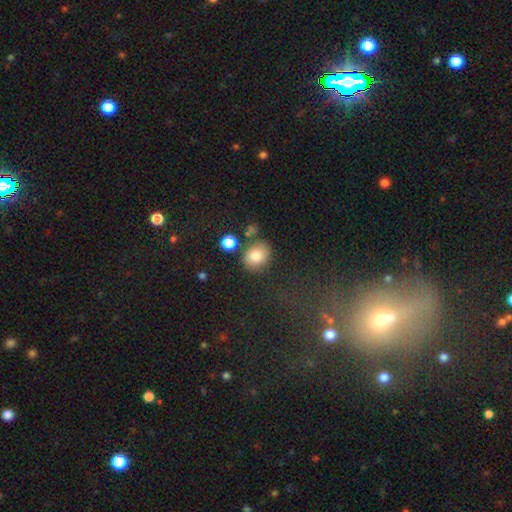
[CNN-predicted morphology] A smooth galaxy with no disk features (80%) that is round (53%).

Vote fractions:
- Smooth or featured? smooth: 80% / star or artifact: 10% / featured or disk: 9%
- How rounded? round: 53% / in between: 46% / cigar-shaped: 1%
- Merging? none: 74% / minor disturbance: 14% / merger: 8% / major disturbance: 4%